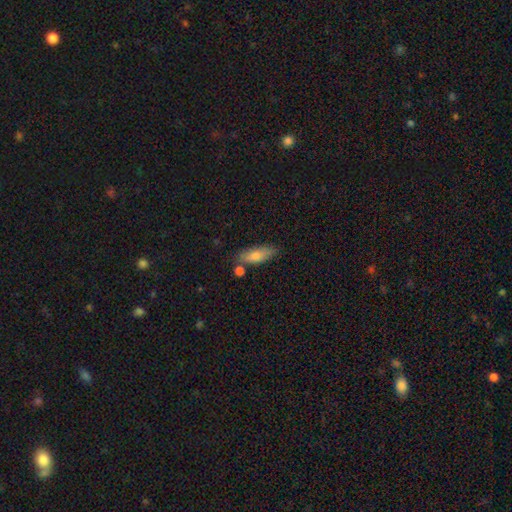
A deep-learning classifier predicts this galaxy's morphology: smooth 72%, featured or disk 21%, star or artifact 7%. Down the decision tree: how rounded — in between (61%); merging — none (71%).